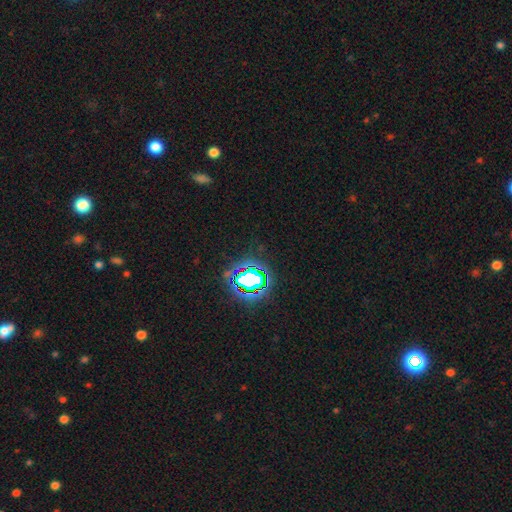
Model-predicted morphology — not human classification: Q: Smooth or featured?
A: star or artifact (81%); runner-up: smooth (12%)